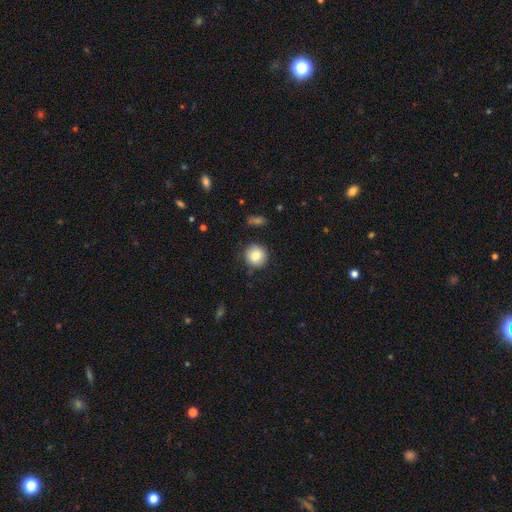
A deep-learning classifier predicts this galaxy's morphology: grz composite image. It shows a smooth galaxy with no disk features (83%) that is round (93%). Merging: none (86%).